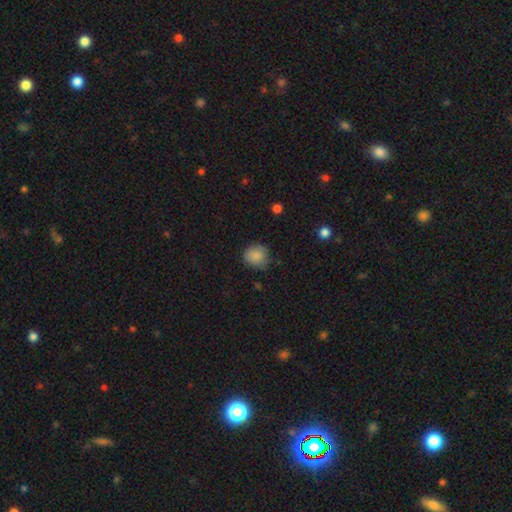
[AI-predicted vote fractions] The model was most divided on "merging": none: 75%, minor disturbance: 19%, major disturbance: 4%, merger: 1%. More confident: smooth or featured — smooth (86%); how rounded — round (83%).